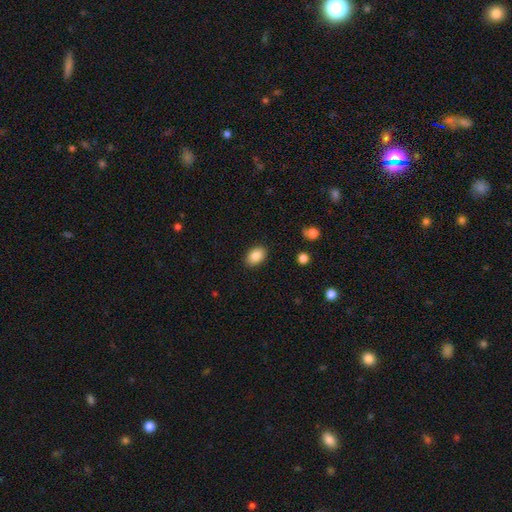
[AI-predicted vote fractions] Q: Smooth or featured?
A: smooth (87%); runner-up: star or artifact (8%)
Q: How rounded?
A: in between (84%); runner-up: round (15%)
Q: Merging?
A: none (89%); runner-up: minor disturbance (8%)